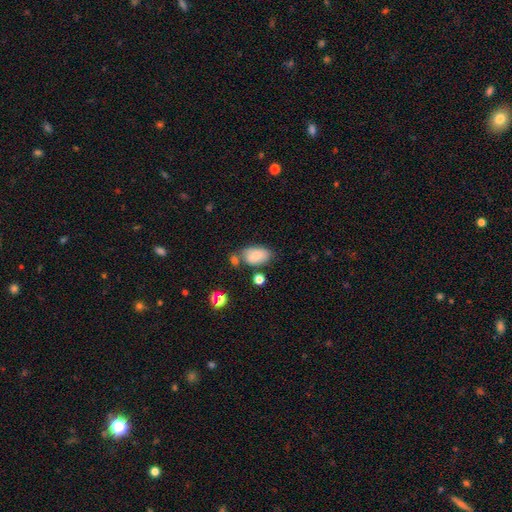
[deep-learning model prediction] Smooth or featured: smooth — 80% (featured or disk — 11%)
How rounded: in between — 91% (round — 7%)
Merging: none — 55% (minor disturbance — 22%)